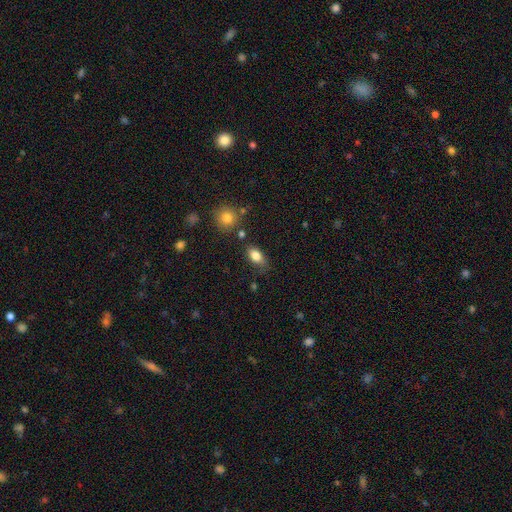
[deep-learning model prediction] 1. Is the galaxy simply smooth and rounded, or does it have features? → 83% smooth, 9% star or artifact, 8% featured or disk.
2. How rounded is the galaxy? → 87% in between, 8% round, 5% cigar-shaped.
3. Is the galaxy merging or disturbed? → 71% none, 20% minor disturbance, 5% merger, 5% major disturbance.